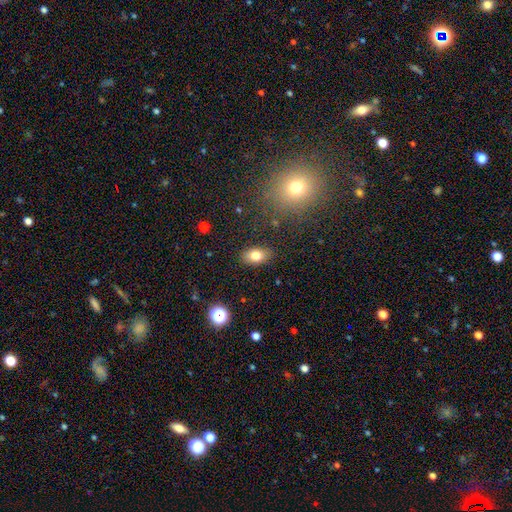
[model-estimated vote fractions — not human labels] smooth-or-featured: smooth: 78% | featured or disk: 12% | star or artifact: 10%
  how-rounded: in between: 89% | round: 9% | cigar-shaped: 2%
  merging: none: 86% | minor disturbance: 10% | major disturbance: 3% | merger: 2%